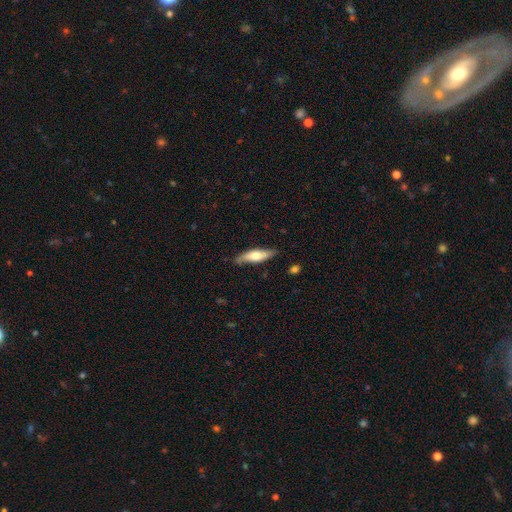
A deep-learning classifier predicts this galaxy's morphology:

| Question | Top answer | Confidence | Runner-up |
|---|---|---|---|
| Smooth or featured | smooth | 58% | featured or disk (37%) |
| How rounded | cigar-shaped | 63% | in between (36%) |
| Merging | none | 79% | minor disturbance (17%) |